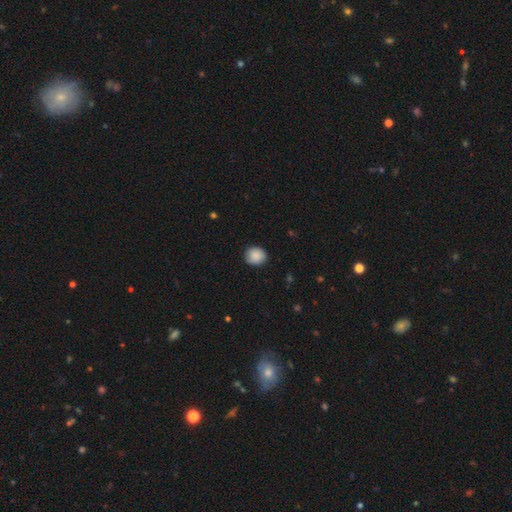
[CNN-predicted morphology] Smooth or featured? smooth (88%)
How rounded? round (79%)
Merging? none (86%)